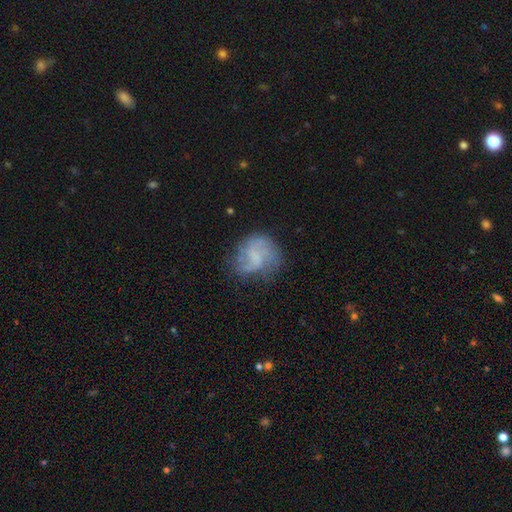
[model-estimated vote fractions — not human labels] Overall: featured or disk (61%; smooth 30%). Edge-on disk: no (98%). Bar: no (51%; weak 41%). Spiral arms: yes (83%). Spiral arm count: 2 (53%; can't tell 20%). Spiral winding: loose (44%; medium 39%). Bulge size: none (60%; small 23%). Merging: none (58%; minor disturbance 23%).